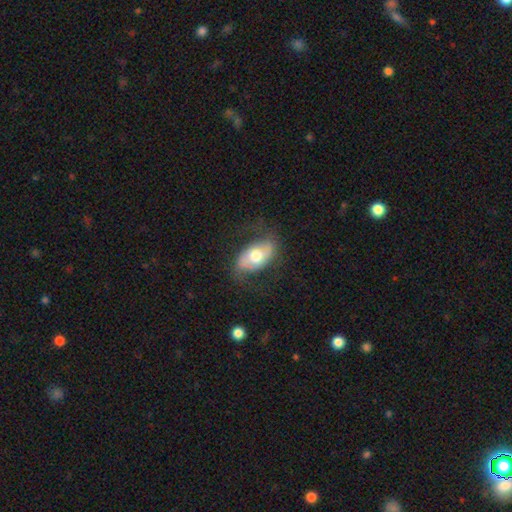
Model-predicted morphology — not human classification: This appears to be a featured or disk galaxy (51%). Merging: none (66%).